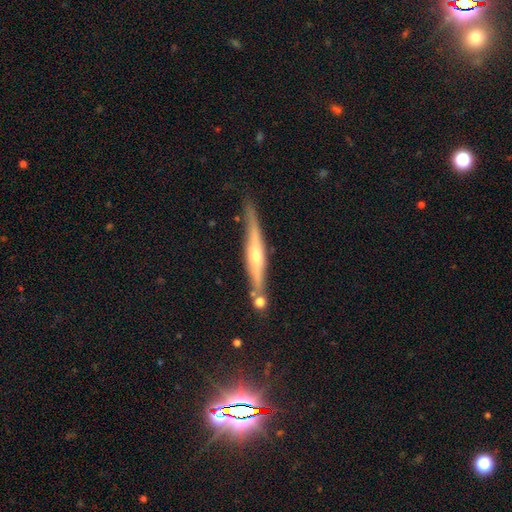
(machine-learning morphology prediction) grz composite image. It shows a featured or disk galaxy (71%) viewed edge-on (95%) with a rounded central bulge (80%). Merging: none (77%).